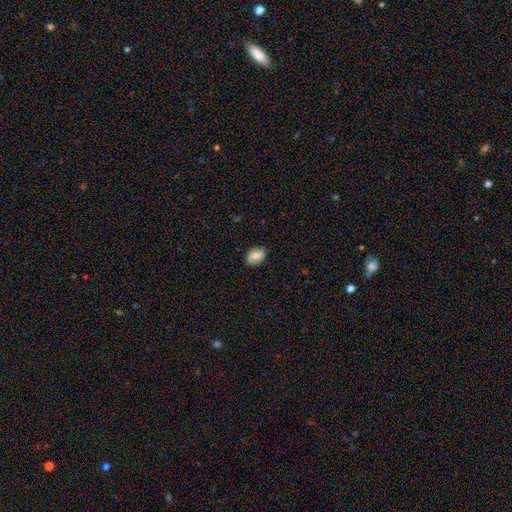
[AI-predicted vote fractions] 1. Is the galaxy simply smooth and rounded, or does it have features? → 76% smooth, 15% featured or disk, 8% star or artifact.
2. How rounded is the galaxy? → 72% in between, 27% round, 1% cigar-shaped.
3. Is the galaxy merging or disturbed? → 81% none, 15% minor disturbance, 3% major disturbance, 1% merger.